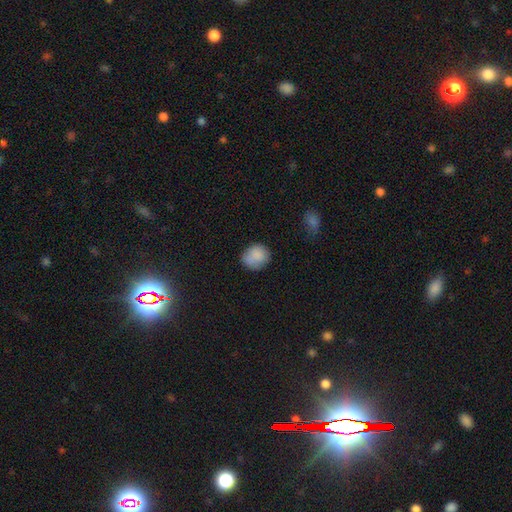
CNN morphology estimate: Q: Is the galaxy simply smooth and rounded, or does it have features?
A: smooth — 85%.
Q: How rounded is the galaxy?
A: round — 72%.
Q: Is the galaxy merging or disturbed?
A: none — 72%.